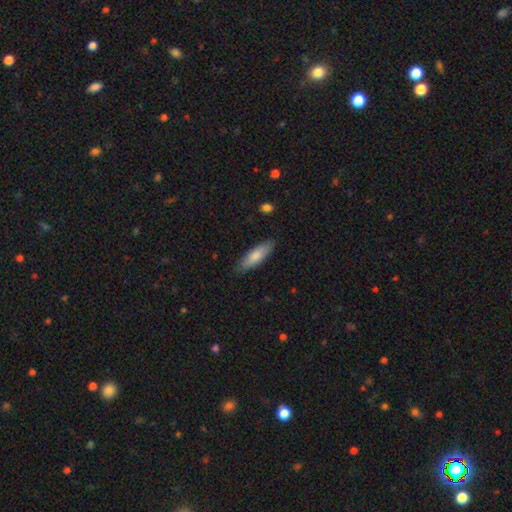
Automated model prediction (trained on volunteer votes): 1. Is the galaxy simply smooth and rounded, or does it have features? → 78% smooth, 17% featured or disk, 5% star or artifact.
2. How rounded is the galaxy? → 55% cigar-shaped, 43% in between, 2% round.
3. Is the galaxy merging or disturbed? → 86% none, 11% minor disturbance, 2% major disturbance, 1% merger.